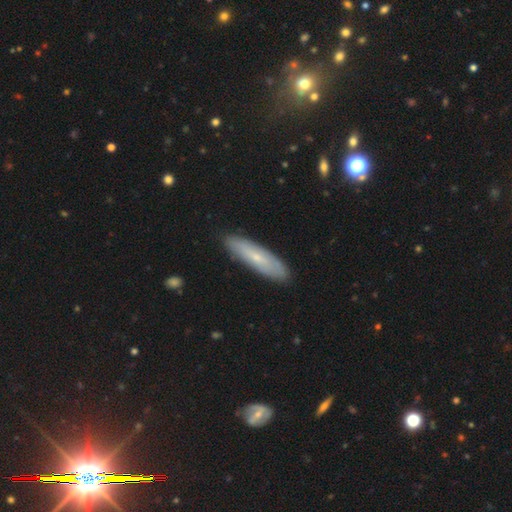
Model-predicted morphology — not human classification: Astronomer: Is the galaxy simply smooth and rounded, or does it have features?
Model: smooth — 50% (runner-up: featured or disk, 37%).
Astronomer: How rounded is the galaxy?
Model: cigar-shaped — 76%.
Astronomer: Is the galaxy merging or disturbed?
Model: none — 87%.